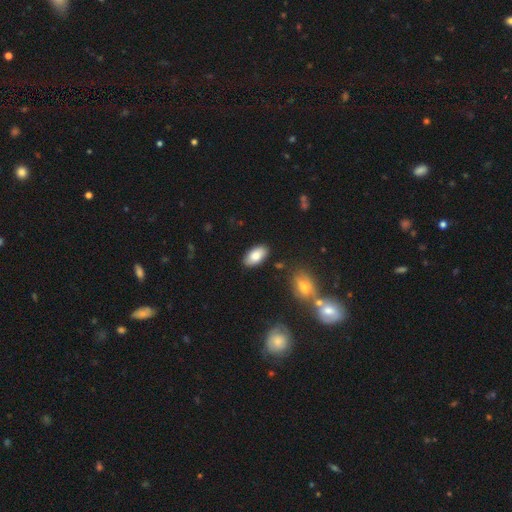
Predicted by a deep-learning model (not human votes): The model was most divided on "smooth or featured": smooth: 84%, featured or disk: 10%, star or artifact: 7%. More confident: how rounded — in between (94%); merging — none (85%).